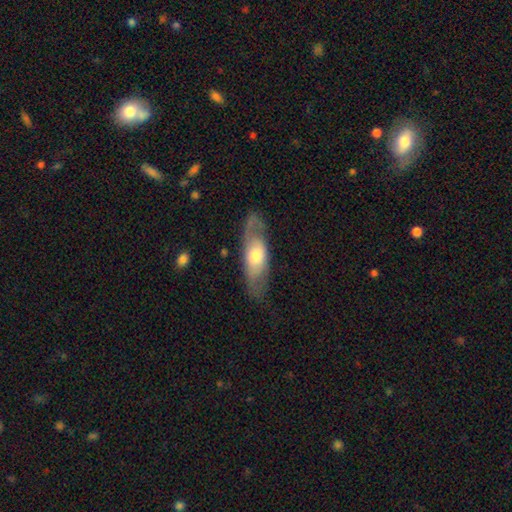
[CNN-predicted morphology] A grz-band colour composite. It shows a featured or disk galaxy (52%). Merging: none (73%).